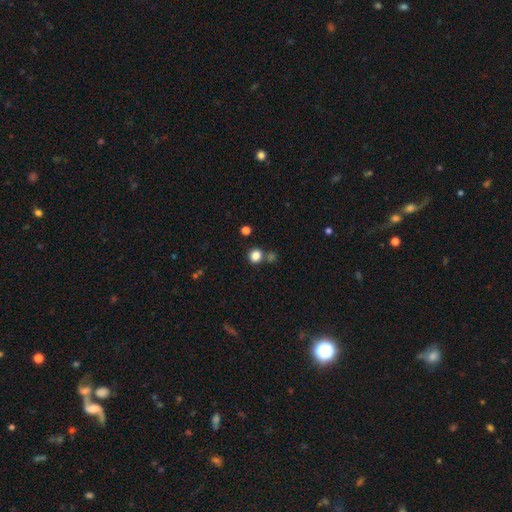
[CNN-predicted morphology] Smooth or featured: smooth — 83% (star or artifact — 13%)
How rounded: round — 86% (in between — 13%)
Merging: none — 72% (merger — 16%)